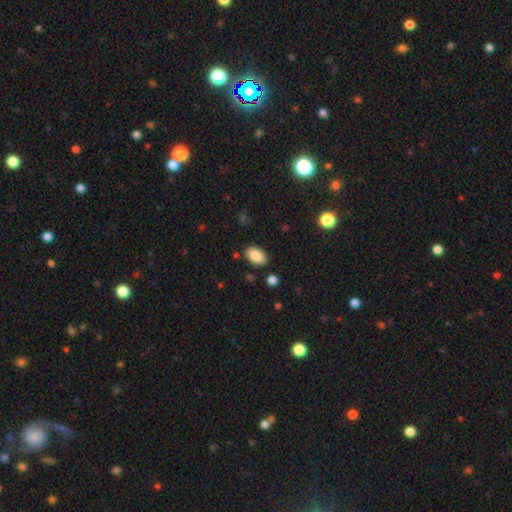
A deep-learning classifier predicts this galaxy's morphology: smooth-or-featured: smooth: 87% | star or artifact: 7% | featured or disk: 6%
  how-rounded: in between: 93% | round: 5% | cigar-shaped: 2%
  merging: none: 85% | minor disturbance: 10% | merger: 3% | major disturbance: 2%